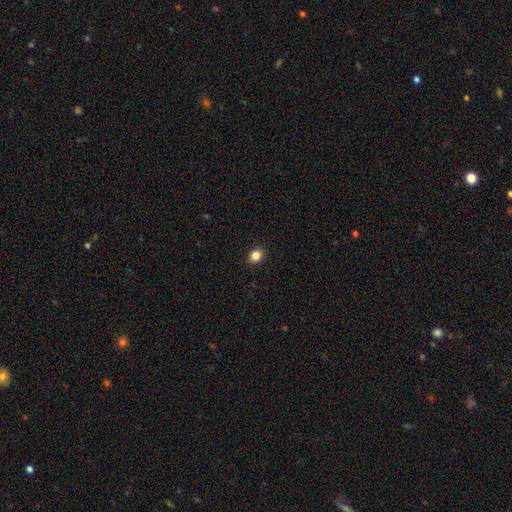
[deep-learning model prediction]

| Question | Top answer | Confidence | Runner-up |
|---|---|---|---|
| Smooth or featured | smooth | 85% | star or artifact (10%) |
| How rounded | round | 52% | in between (47%) |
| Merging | none | 91% | minor disturbance (6%) |